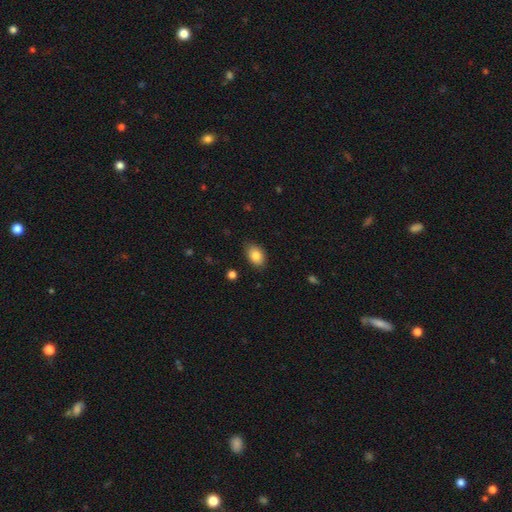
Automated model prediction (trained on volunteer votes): A smooth galaxy with no disk features (84%) that is in between round and cigar-shaped (85%). Merging: none (83%).